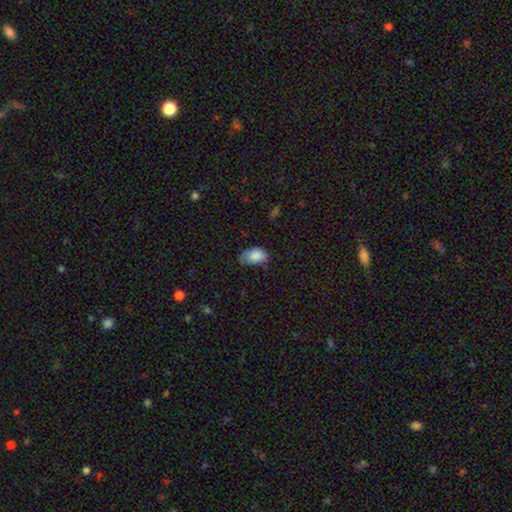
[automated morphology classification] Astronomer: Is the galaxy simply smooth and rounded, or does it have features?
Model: smooth — 85%.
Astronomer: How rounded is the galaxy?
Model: in between — 90%.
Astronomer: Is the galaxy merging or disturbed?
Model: none — 45% (runner-up: minor disturbance, 42%).